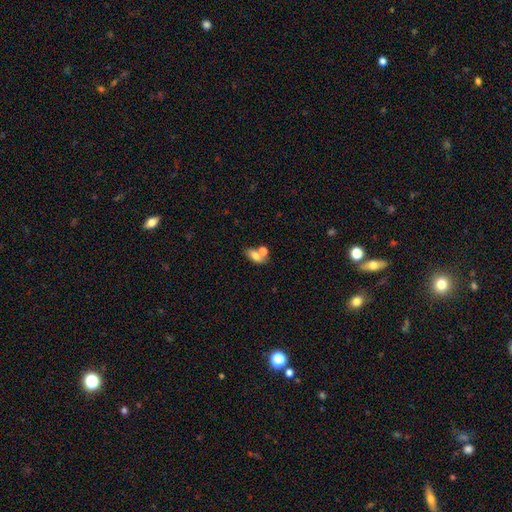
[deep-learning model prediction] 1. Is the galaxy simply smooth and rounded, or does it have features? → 72% smooth, 18% featured or disk, 10% star or artifact.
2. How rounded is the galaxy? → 80% in between, 12% round, 8% cigar-shaped.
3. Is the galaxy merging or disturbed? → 43% none, 40% merger, 12% minor disturbance, 6% major disturbance.